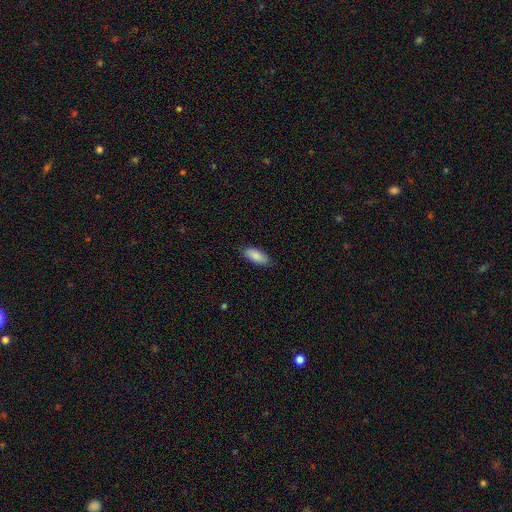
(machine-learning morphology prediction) type=smooth (88%); roundness=in between (85%); merging=none (84%).